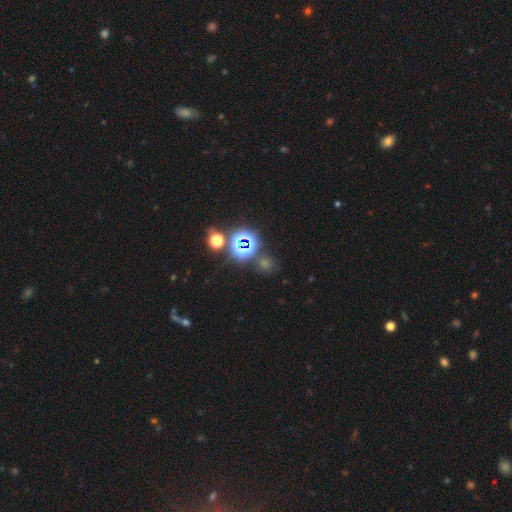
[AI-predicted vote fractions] Smooth or featured? Predicted: star or artifact (p=0.76).